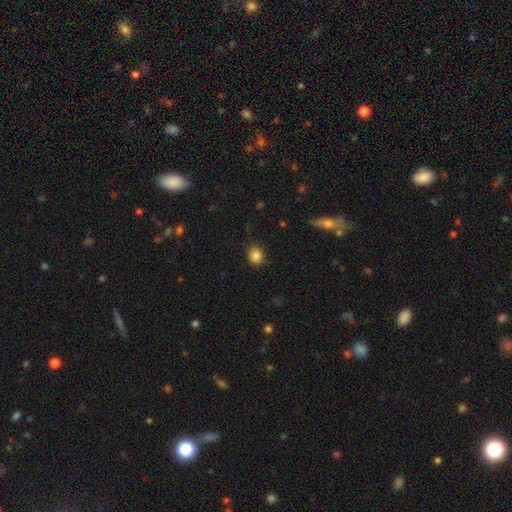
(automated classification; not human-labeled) Morphology: type=smooth (86%); roundness=round (70%); merging=none (81%).